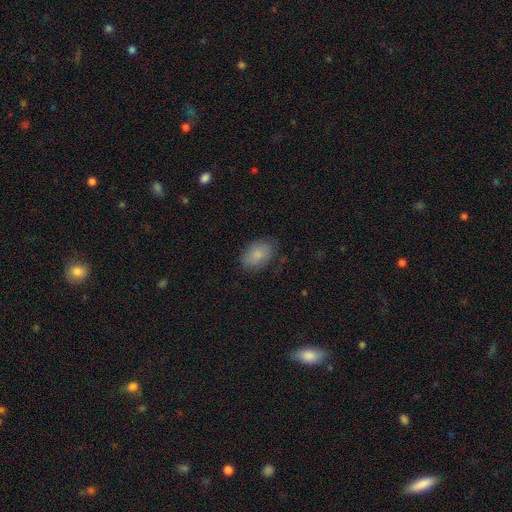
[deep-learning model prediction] Q: Smooth or featured?
A: smooth (83%); runner-up: featured or disk (10%)
Q: How rounded?
A: in between (87%); runner-up: round (11%)
Q: Merging?
A: none (74%); runner-up: minor disturbance (19%)